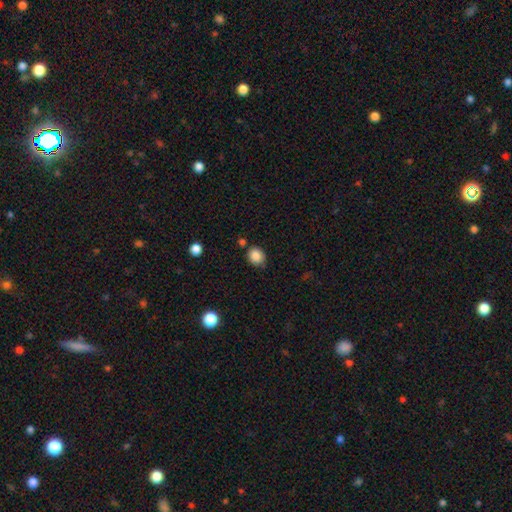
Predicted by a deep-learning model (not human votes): The model was most divided on "how rounded": round: 76%, in between: 23%, cigar-shaped: 1%. More confident: smooth or featured — smooth (85%); merging — none (77%).